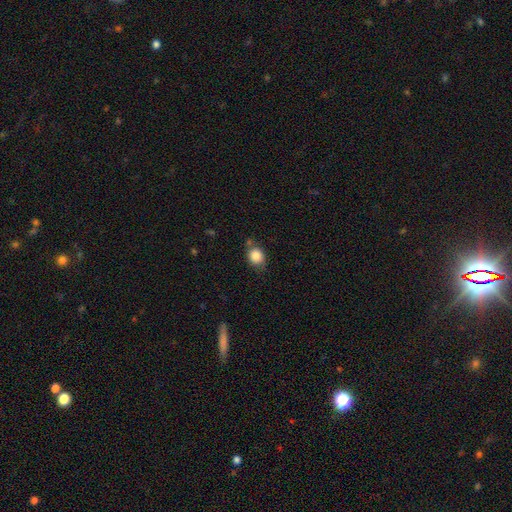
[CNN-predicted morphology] Smooth or featured: smooth — 85% (star or artifact — 9%)
How rounded: round — 65% (in between — 34%)
Merging: none — 66% (minor disturbance — 20%)